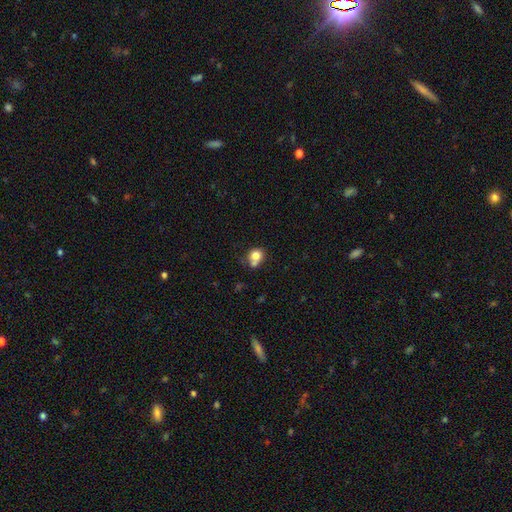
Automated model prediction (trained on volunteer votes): smooth_or_featured: smooth (p=0.77) [alt: featured or disk p=0.12]
how_rounded: round (p=0.72) [alt: in between p=0.27]
merging: none (p=0.44) [alt: merger p=0.32]